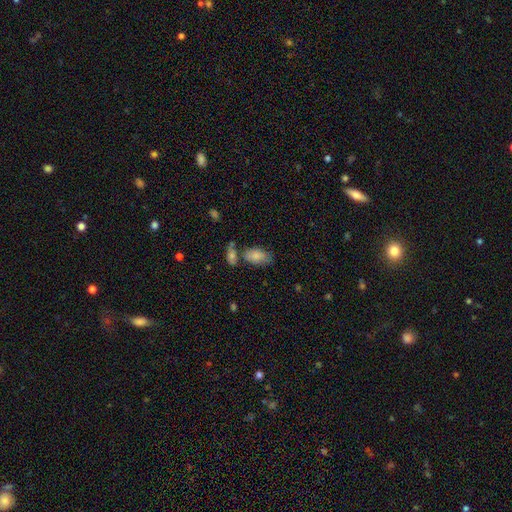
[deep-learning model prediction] Smooth or featured?
  - smooth: 82% *
  - featured or disk: 10%
  - star or artifact: 7%
How rounded?
  - in between: 92% *
  - round: 5%
  - cigar-shaped: 2%
Merging?
  - none: 52% *
  - minor disturbance: 23%
  - merger: 17%
  - major disturbance: 7%